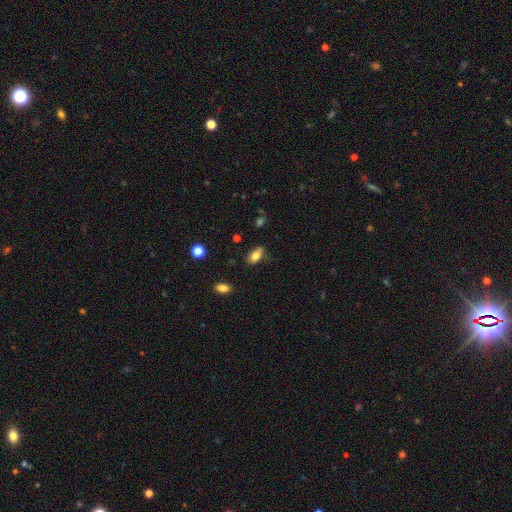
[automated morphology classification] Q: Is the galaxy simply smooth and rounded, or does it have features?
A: smooth — 79%.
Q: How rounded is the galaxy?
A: in between — 88%.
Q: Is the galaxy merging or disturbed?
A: none — 65%.